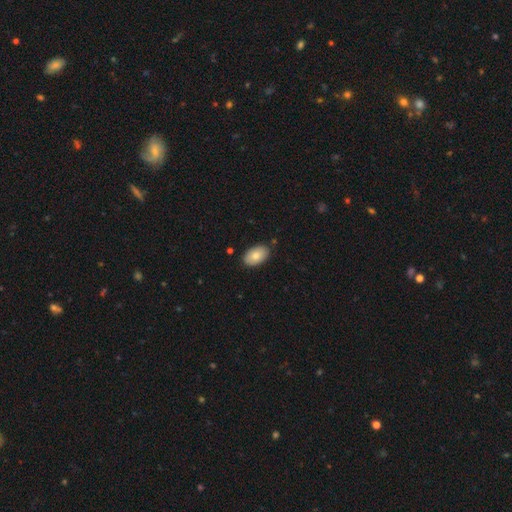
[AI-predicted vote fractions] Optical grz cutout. It shows a smooth galaxy with no disk features (79%) that is in between round and cigar-shaped (93%). Merging: none (86%).